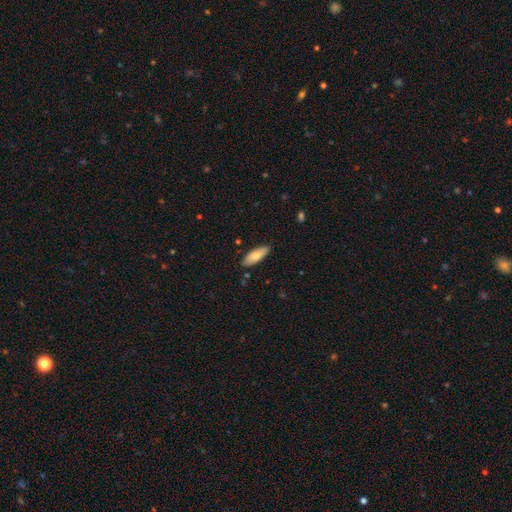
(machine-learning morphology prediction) The model was most divided on "how rounded": in between: 69%, cigar-shaped: 29%, round: 2%. More confident: merging — none (86%); smooth or featured — smooth (76%).